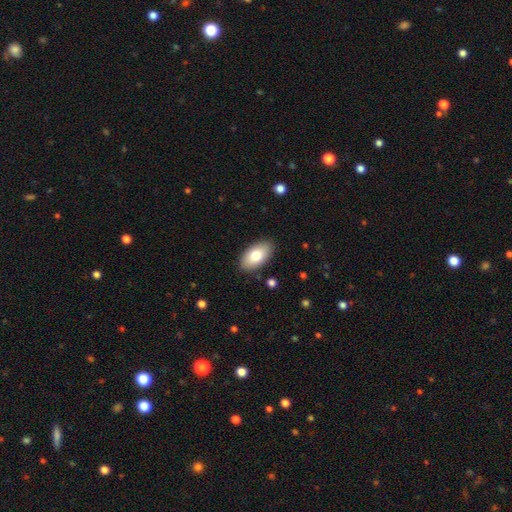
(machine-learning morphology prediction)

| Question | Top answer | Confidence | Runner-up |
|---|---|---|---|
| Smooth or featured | smooth | 77% | featured or disk (16%) |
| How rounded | in between | 94% | round (3%) |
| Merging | none | 87% | minor disturbance (9%) |